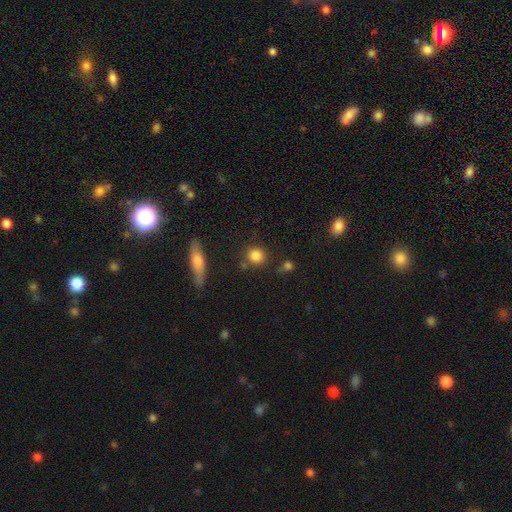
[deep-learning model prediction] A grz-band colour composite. It shows a smooth galaxy with no disk features (83%) that is round (84%). Merging: none (79%).